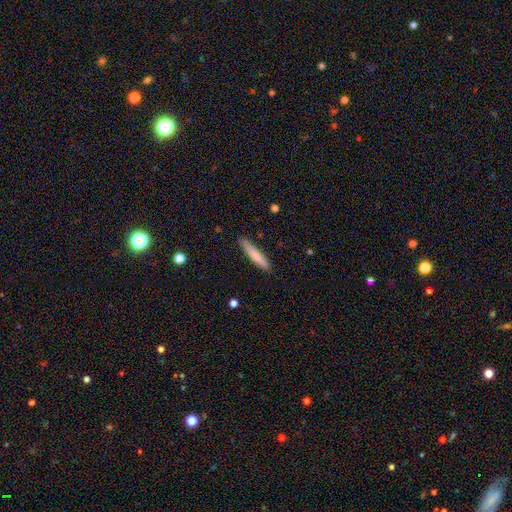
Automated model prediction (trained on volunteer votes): Smooth or featured? smooth (76%)
How rounded? cigar-shaped (92%)
Merging? none (87%)